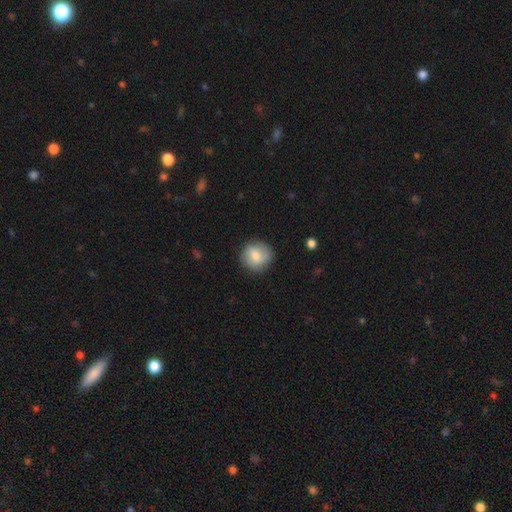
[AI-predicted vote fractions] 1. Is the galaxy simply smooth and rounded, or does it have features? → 64% smooth, 29% featured or disk, 7% star or artifact.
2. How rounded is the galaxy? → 89% round, 10% in between, 1% cigar-shaped.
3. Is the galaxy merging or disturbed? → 82% none, 13% minor disturbance, 4% major disturbance, 1% merger.